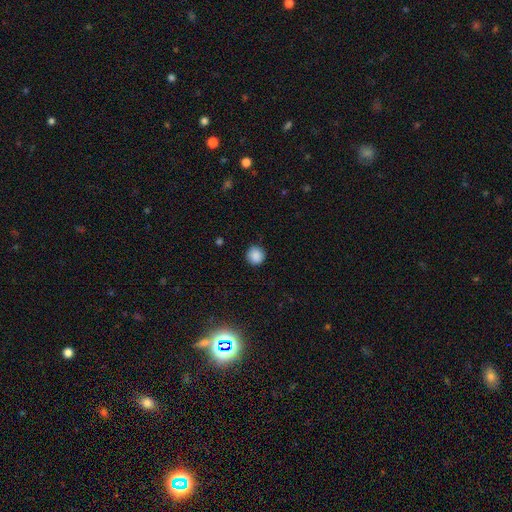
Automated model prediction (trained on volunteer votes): The model was most divided on "smooth or featured": smooth: 87%, star or artifact: 10%, featured or disk: 4%. More confident: how rounded — round (93%); merging — none (88%).